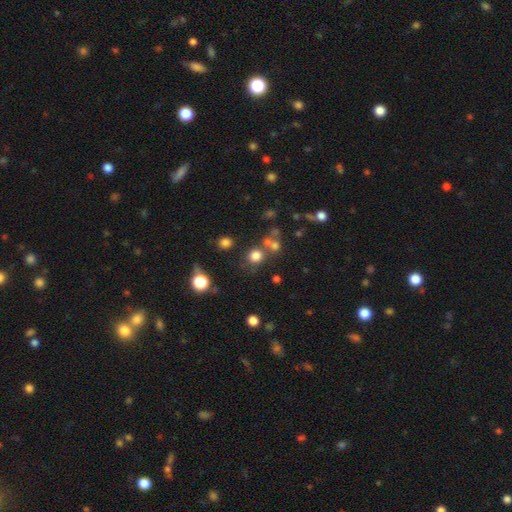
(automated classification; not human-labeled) Smooth or featured: smooth — 73% (star or artifact — 19%)
How rounded: round — 87% (in between — 12%)
Merging: none — 66% (merger — 19%)